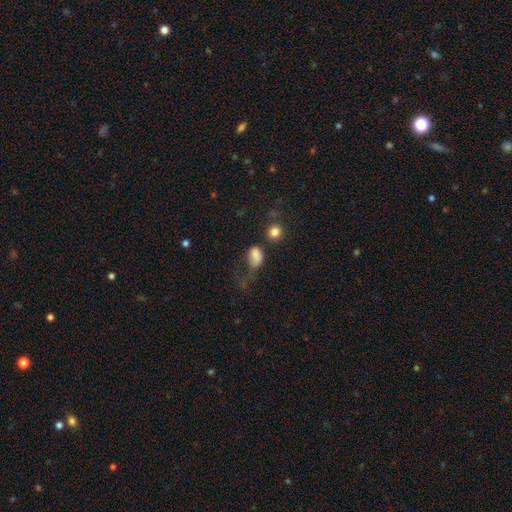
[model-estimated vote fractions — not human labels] This appears to be a smooth galaxy with no disk features (79%) that is in between round and cigar-shaped (76%). Merging: major disturbance (34%).